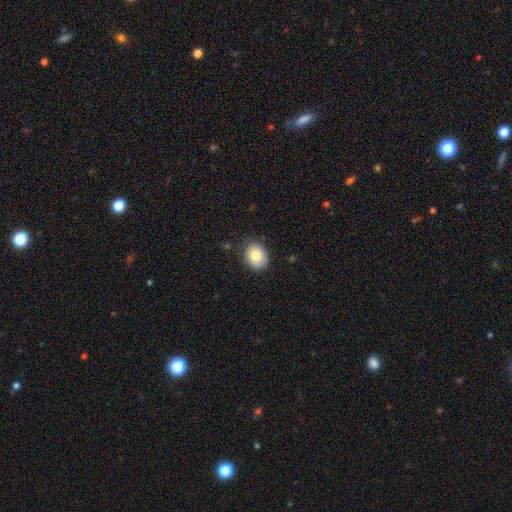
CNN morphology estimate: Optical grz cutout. It shows a smooth galaxy with no disk features (80%) that is in between round and cigar-shaped (51%). Merging: none (82%).